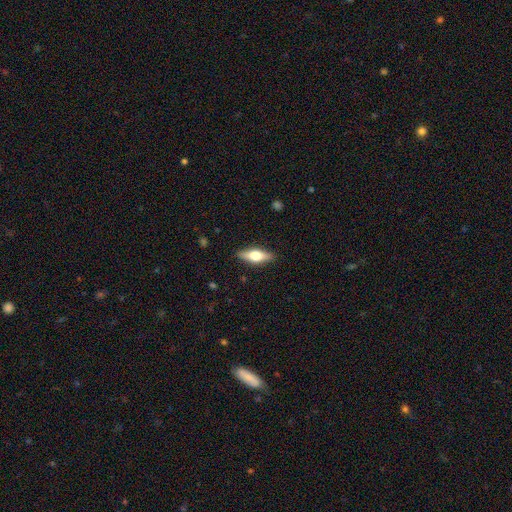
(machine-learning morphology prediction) Smooth or featured? Predicted: smooth (p=0.51). How rounded? Predicted: in between (p=0.59). Merging? Predicted: none (p=0.88).